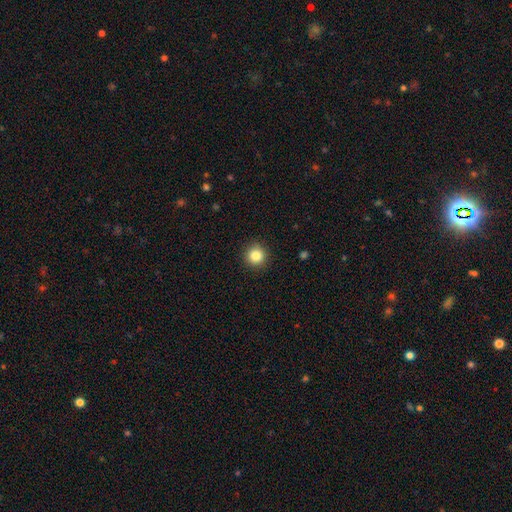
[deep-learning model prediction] A smooth galaxy with no disk features (84%) that is round (94%).

Vote fractions:
- Smooth or featured? smooth: 84% / star or artifact: 11% / featured or disk: 5%
- How rounded? round: 94% / in between: 5% / cigar-shaped: 1%
- Merging? none: 92% / minor disturbance: 5% / major disturbance: 2% / merger: 1%